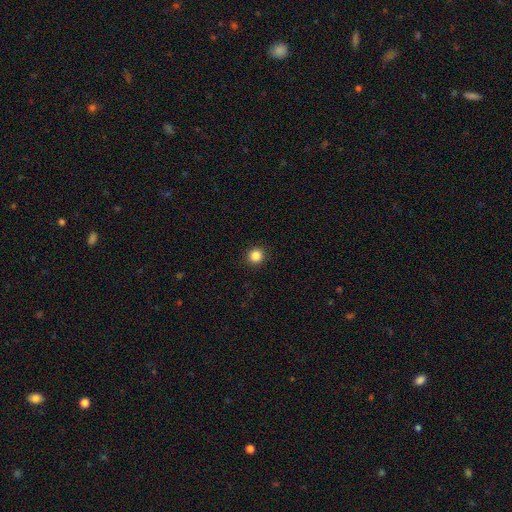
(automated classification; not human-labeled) Q: Smooth or featured?
A: smooth (85%); runner-up: star or artifact (11%)
Q: How rounded?
A: round (93%); runner-up: in between (6%)
Q: Merging?
A: none (92%); runner-up: minor disturbance (5%)